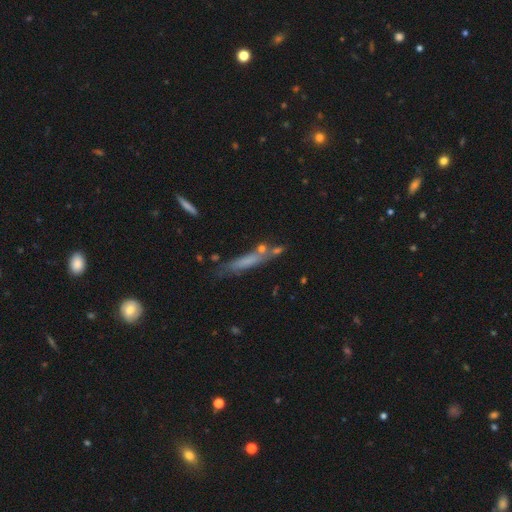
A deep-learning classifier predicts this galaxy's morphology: A smooth galaxy with no disk features (47%). Merging: none (62%).